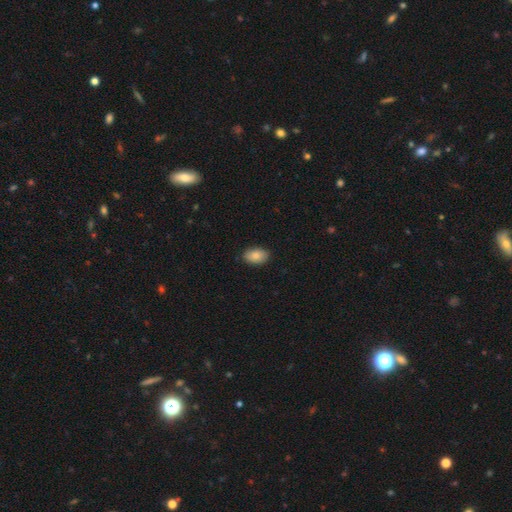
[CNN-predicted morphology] A smooth galaxy with no disk features (86%) that is in between round and cigar-shaped (90%).

Vote fractions:
- Smooth or featured? smooth: 86% / star or artifact: 7% / featured or disk: 7%
- How rounded? in between: 90% / round: 9% / cigar-shaped: 1%
- Merging? none: 88% / minor disturbance: 9% / major disturbance: 2% / merger: 1%